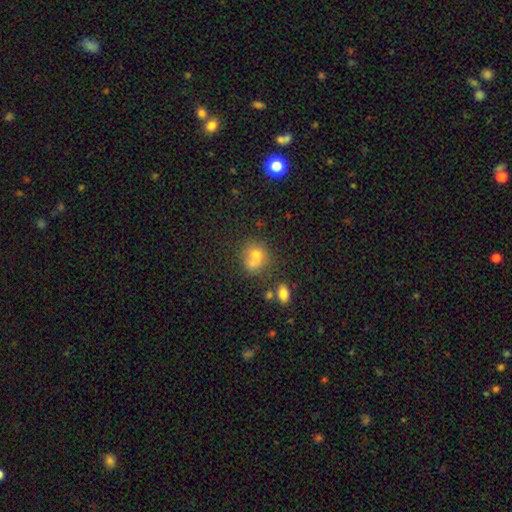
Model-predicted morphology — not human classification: type=smooth (71%); roundness=round (67%); merging=merger (40%).